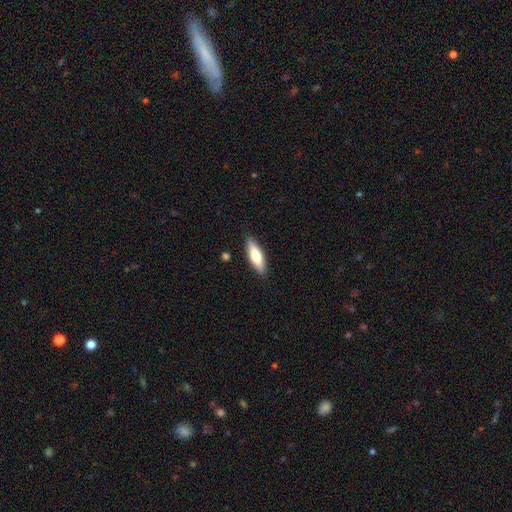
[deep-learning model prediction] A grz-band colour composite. It shows a smooth galaxy with no disk features (65%) that is cigar-shaped (54%). Merging: none (87%).